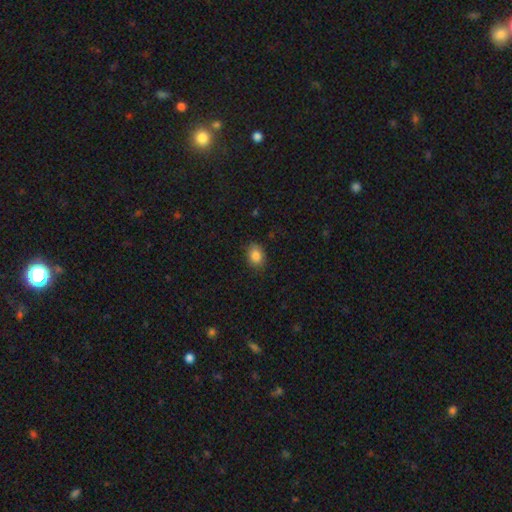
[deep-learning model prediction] Overall: smooth (85%). How rounded: in between (71%). Merging: none (83%).